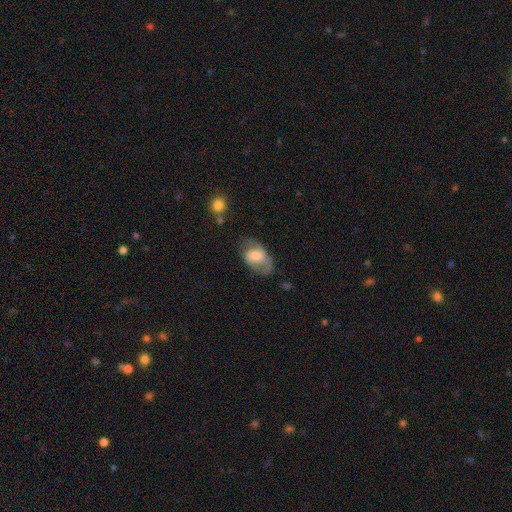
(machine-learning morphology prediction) Smooth or featured? Predicted: smooth (p=0.47). Merging? Predicted: none (p=0.50).